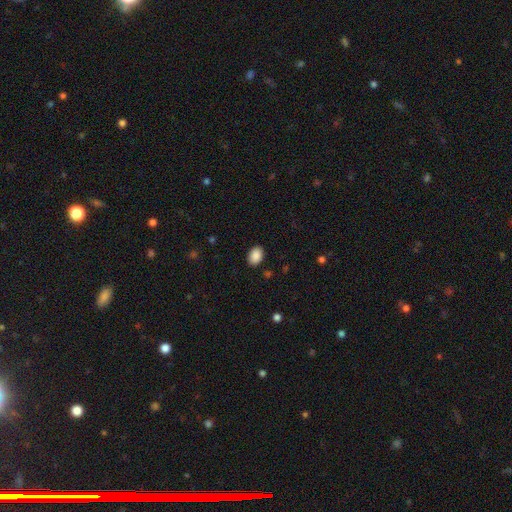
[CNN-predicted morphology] Overall: smooth (89%). How rounded: in between (81%). Merging: none (88%).